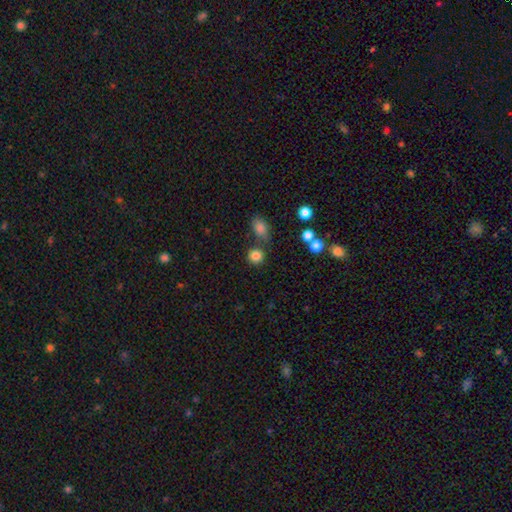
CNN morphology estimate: smooth-or-featured: smooth: 84% | star or artifact: 12% | featured or disk: 5%
  how-rounded: round: 86% | in between: 13% | cigar-shaped: 1%
  merging: none: 76% | merger: 11% | minor disturbance: 10% | major disturbance: 4%